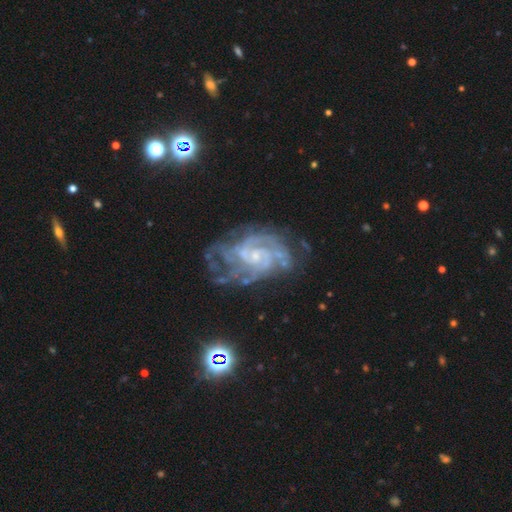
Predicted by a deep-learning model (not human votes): Overall: featured or disk (88%). Edge-on disk: no (98%). Bar: no (55%; weak 36%). Spiral arms: yes (96%). Spiral arm count: can't tell (31%; 2 23%). Spiral winding: tight (56%; medium 36%). Bulge size: small (71%). Merging: none (57%; minor disturbance 23%).